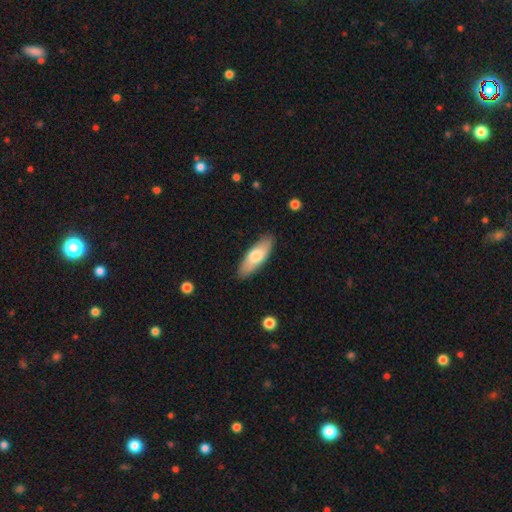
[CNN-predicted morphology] Smooth or featured?
  - smooth: 71% *
  - featured or disk: 24%
  - star or artifact: 5%
How rounded?
  - in between: 61% *
  - cigar-shaped: 37%
  - round: 2%
Merging?
  - none: 88% *
  - minor disturbance: 9%
  - major disturbance: 2%
  - merger: 1%